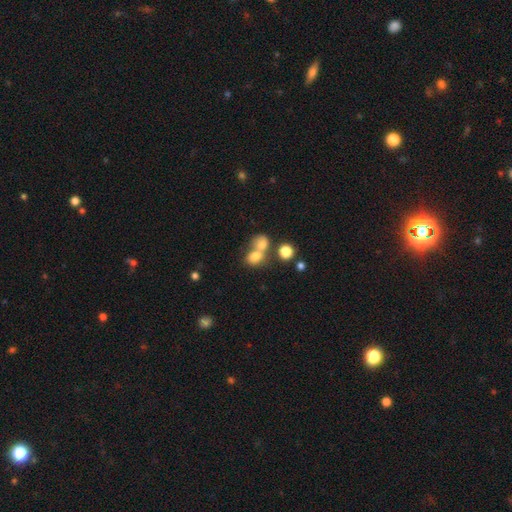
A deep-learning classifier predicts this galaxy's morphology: Smooth or featured?
  - smooth: 74% *
  - featured or disk: 13%
  - star or artifact: 13%
How rounded?
  - round: 55% *
  - in between: 43%
  - cigar-shaped: 1%
Merging?
  - merger: 59% *
  - none: 29%
  - minor disturbance: 8%
  - major disturbance: 4%